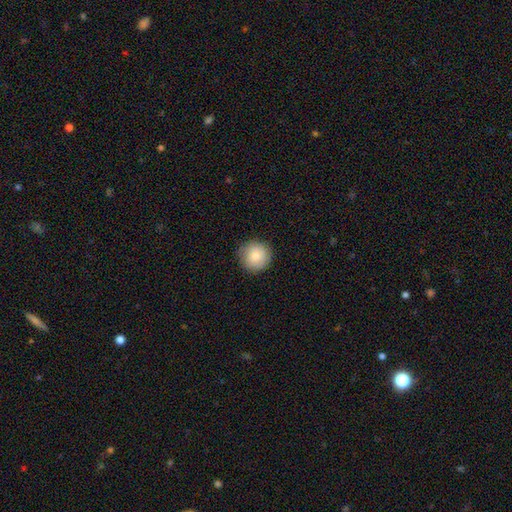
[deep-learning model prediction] Smooth or featured: smooth — 82% (featured or disk — 10%)
How rounded: round — 95% (in between — 4%)
Merging: none — 87% (minor disturbance — 10%)